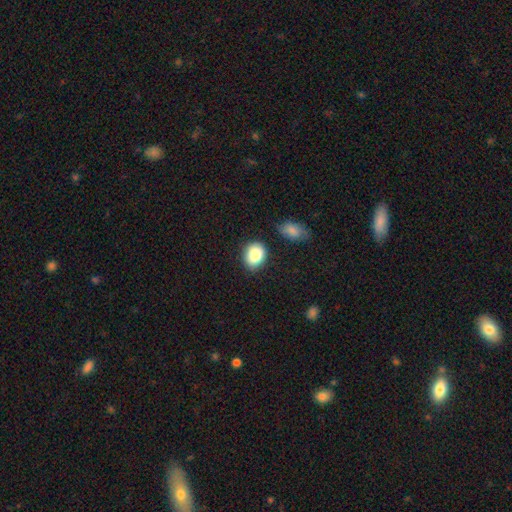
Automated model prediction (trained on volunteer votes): Smooth or featured: smooth — 86% (star or artifact — 8%)
How rounded: in between — 55% (round — 44%)
Merging: none — 75% (minor disturbance — 16%)